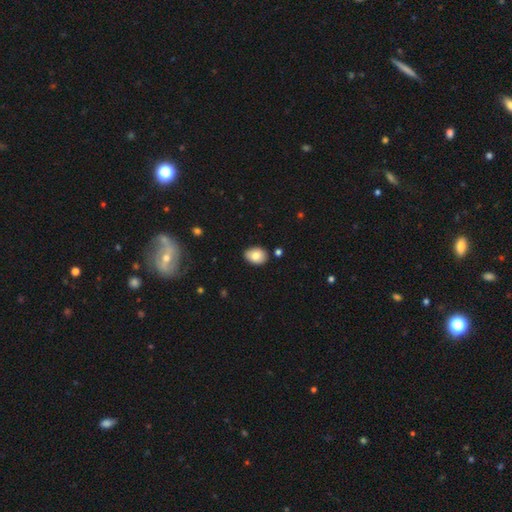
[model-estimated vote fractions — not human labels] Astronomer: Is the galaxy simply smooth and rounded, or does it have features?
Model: smooth — 79%.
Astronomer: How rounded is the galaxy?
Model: in between — 71%.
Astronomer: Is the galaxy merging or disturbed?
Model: none — 84%.